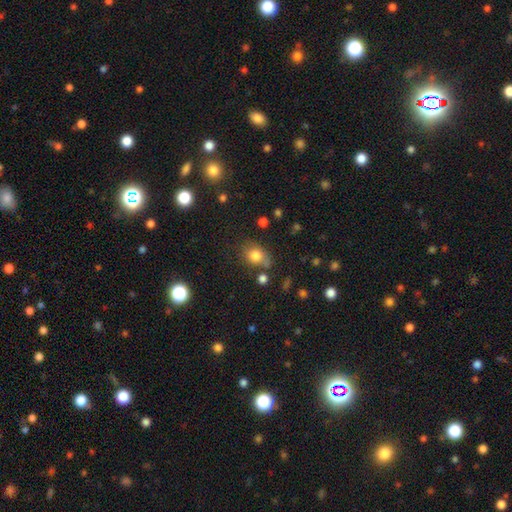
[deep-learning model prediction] The model was most divided on "how rounded": round: 53%, in between: 46%, cigar-shaped: 1%. More confident: smooth or featured — smooth (80%); merging — none (60%).